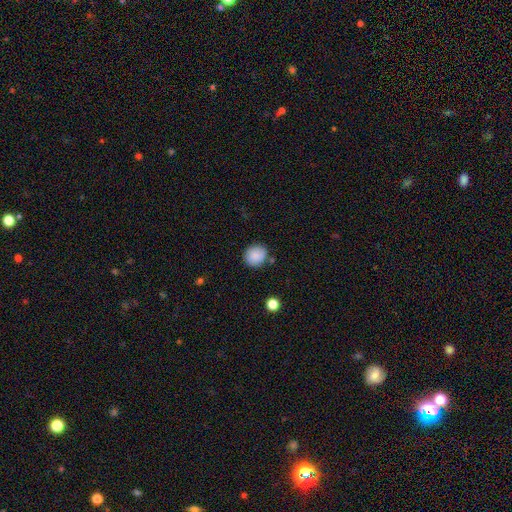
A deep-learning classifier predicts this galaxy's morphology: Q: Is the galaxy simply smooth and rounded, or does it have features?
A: smooth — 87%.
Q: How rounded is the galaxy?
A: round — 81%.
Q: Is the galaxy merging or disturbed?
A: none — 81%.